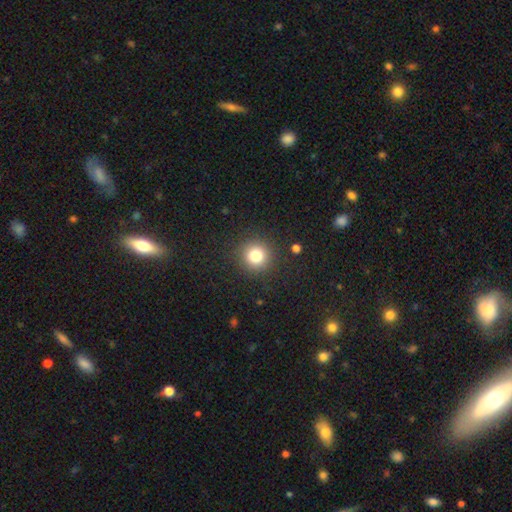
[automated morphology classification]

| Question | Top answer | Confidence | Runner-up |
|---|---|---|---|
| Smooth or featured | smooth | 80% | star or artifact (13%) |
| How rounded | round | 94% | in between (5%) |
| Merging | none | 90% | minor disturbance (6%) |